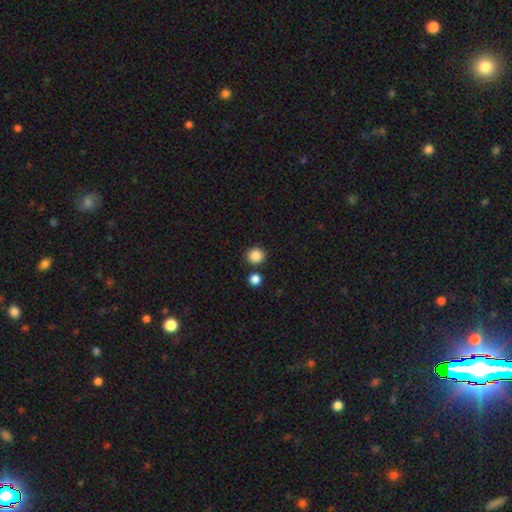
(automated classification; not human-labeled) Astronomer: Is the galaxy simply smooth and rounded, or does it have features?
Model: smooth — 87%.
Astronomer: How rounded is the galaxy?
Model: round — 88%.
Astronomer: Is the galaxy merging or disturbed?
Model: none — 83%.